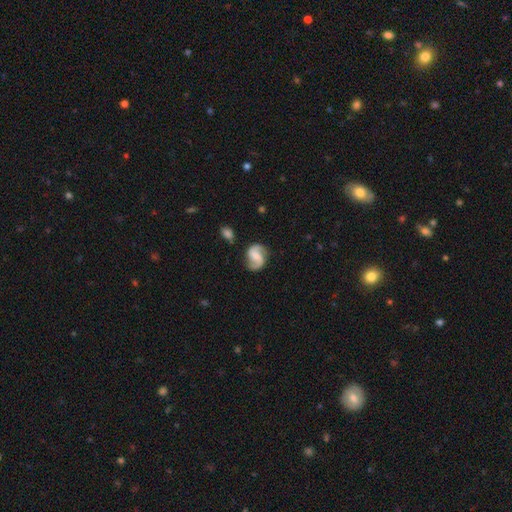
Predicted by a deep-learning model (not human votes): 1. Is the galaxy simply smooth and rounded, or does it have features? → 82% featured or disk, 12% smooth, 6% star or artifact.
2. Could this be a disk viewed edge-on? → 98% no, 2% yes.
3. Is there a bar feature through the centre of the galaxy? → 43% weak, 42% no, 15% strong.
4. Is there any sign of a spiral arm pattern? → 96% yes, 4% no.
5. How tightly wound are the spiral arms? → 46% medium, 40% loose, 14% tight.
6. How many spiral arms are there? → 92% 2, 2% can't tell, 2% 1, 1% 3, 1% 4, 1% more than 4.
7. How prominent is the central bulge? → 33% none, 28% small, 28% moderate, 9% large, 2% dominant.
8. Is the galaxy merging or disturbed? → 78% none, 15% minor disturbance, 5% major disturbance, 3% merger.